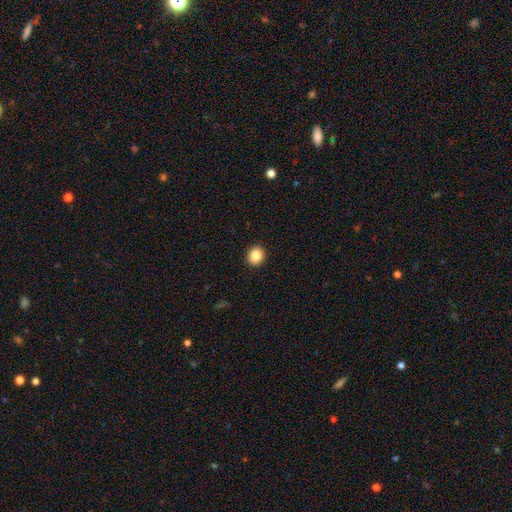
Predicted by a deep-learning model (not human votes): Overall: smooth (87%). How rounded: round (70%). Merging: none (93%).